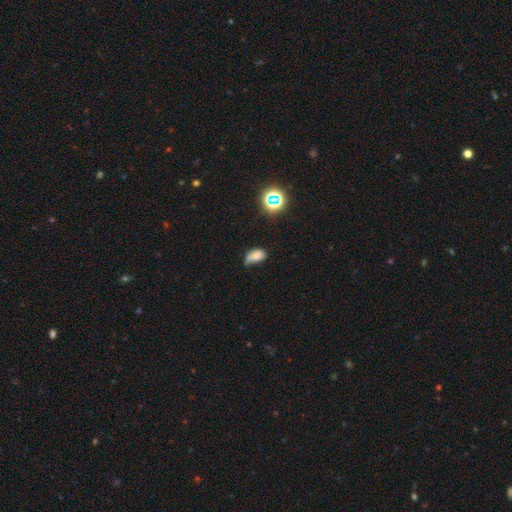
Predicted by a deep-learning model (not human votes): The model was most divided on "merging": minor disturbance: 45%, none: 30%, major disturbance: 19%, merger: 5%. More confident: how rounded — in between (86%); smooth or featured — smooth (71%).